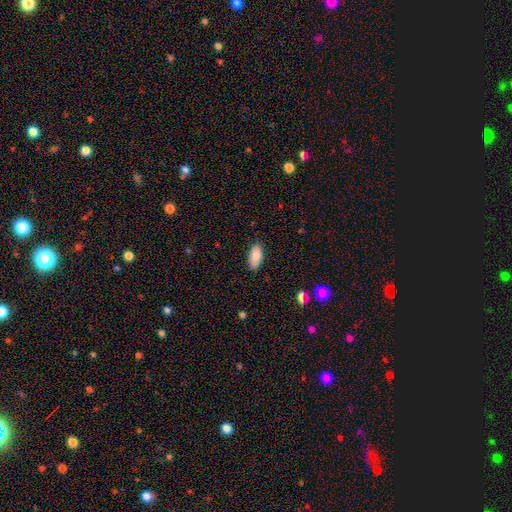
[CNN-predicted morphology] Q: Smooth or featured?
A: smooth (85%); runner-up: featured or disk (8%)
Q: How rounded?
A: in between (90%); runner-up: cigar-shaped (8%)
Q: Merging?
A: none (84%); runner-up: minor disturbance (13%)